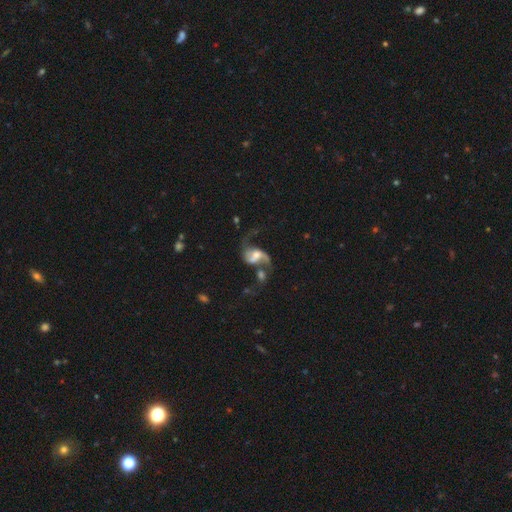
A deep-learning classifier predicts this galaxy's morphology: type=featured or disk (81%); edge-on=no (97%); bar=weak (42%); spiral arms=yes (91%); winding=loose (75%); arm count=2 (87%); bulge=moderate (50%); merging=merger (35%).